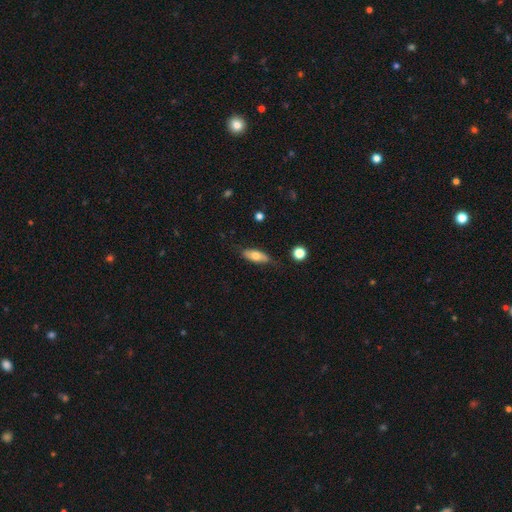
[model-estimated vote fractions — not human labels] A smooth galaxy with no disk features (68%) that is in between round and cigar-shaped (73%). Merging: none (74%).